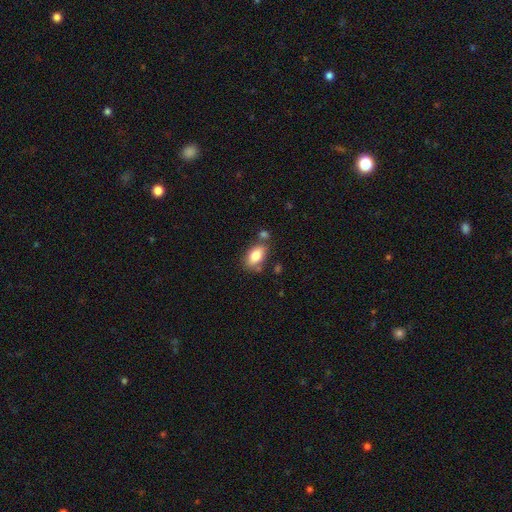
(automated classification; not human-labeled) Smooth or featured? Predicted: smooth (p=0.81). How rounded? Predicted: in between (p=0.90). Merging? Predicted: none (p=0.67).